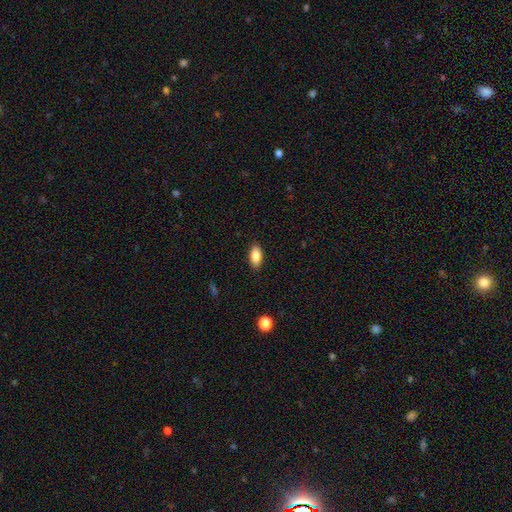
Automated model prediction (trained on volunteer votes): Smooth or featured?
  - smooth: 86% *
  - star or artifact: 8%
  - featured or disk: 6%
How rounded?
  - in between: 91% *
  - cigar-shaped: 6%
  - round: 3%
Merging?
  - none: 89% *
  - minor disturbance: 8%
  - major disturbance: 2%
  - merger: 1%